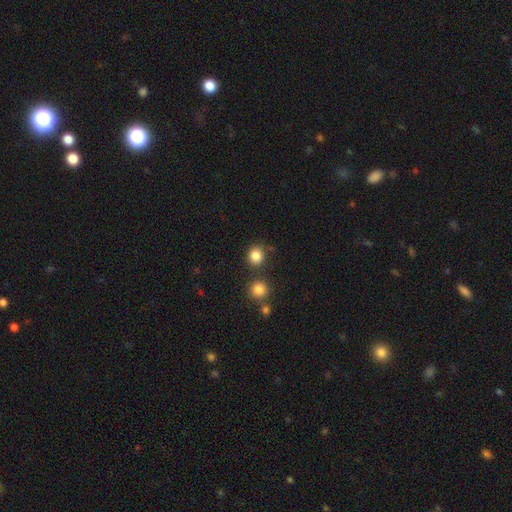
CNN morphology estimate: This is clearly a smooth galaxy (84%). How rounded: clearly round (85%). Merging: likely none (78%).